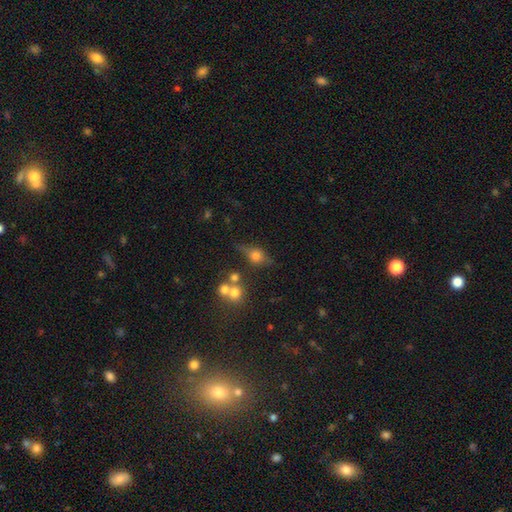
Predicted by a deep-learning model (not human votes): smooth 51%, featured or disk 36%, star or artifact 13%. Down the decision tree: how rounded — in between (45%); merging — none (57%).